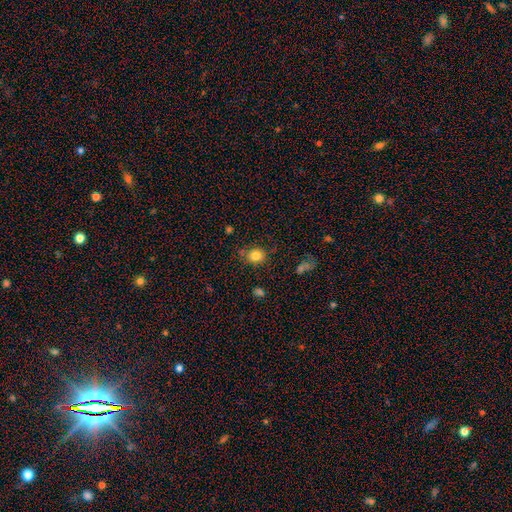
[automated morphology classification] A smooth galaxy with no disk features (82%) that is round (75%). Merging: none (78%).